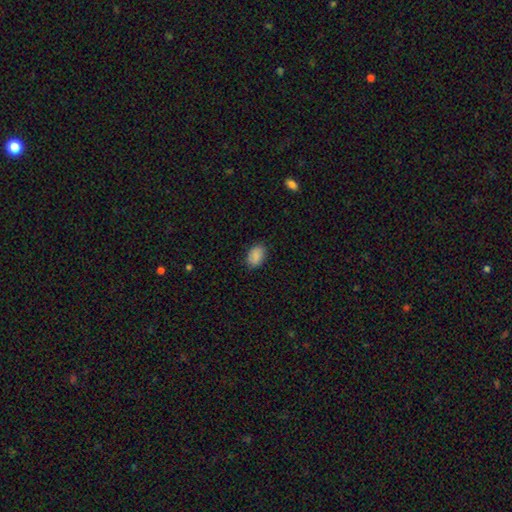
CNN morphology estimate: A smooth galaxy with no disk features (89%) that is in between round and cigar-shaped (83%). Merging: none (84%).